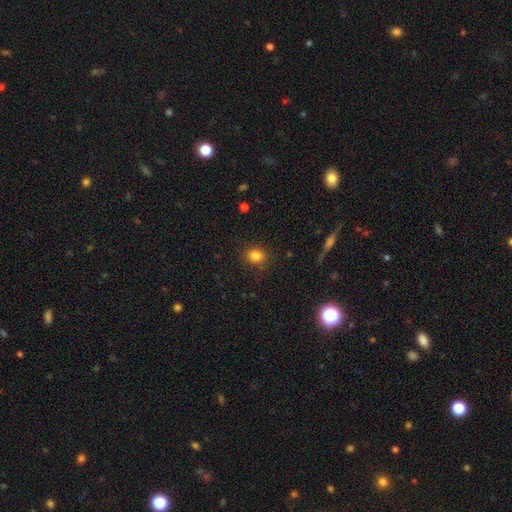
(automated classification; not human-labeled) A smooth galaxy with no disk features (83%) that is round (75%).

Vote fractions:
- Smooth or featured? smooth: 83% / star or artifact: 12% / featured or disk: 5%
- How rounded? round: 75% / in between: 24% / cigar-shaped: 1%
- Merging? none: 86% / minor disturbance: 9% / major disturbance: 3% / merger: 1%